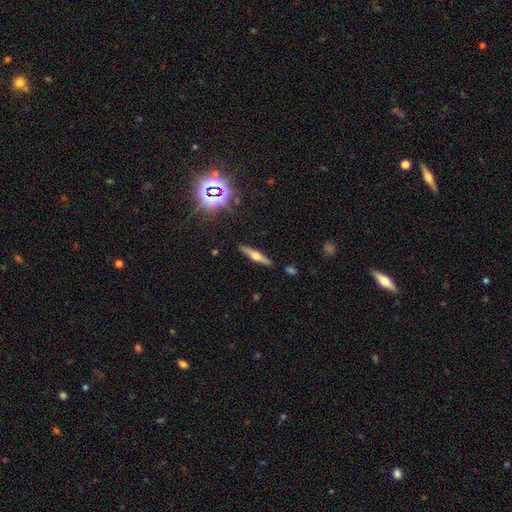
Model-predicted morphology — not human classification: A featured or disk galaxy (62%) viewed edge-on (96%) with a rounded central bulge (89%). Merging: none (90%).